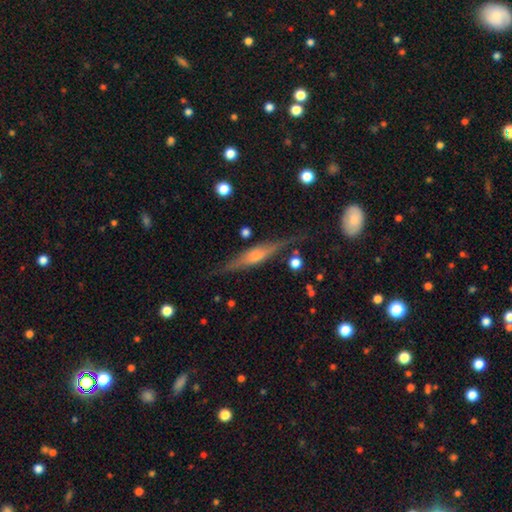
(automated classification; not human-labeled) smooth_or_featured: featured or disk (p=0.74) [alt: smooth p=0.19]
disk_edge_on: yes (p=0.95) [alt: no p=0.05]
edge_on_bulge: rounded (p=0.75) [alt: boxy p=0.15]
merging: none (p=0.80) [alt: minor disturbance p=0.14]